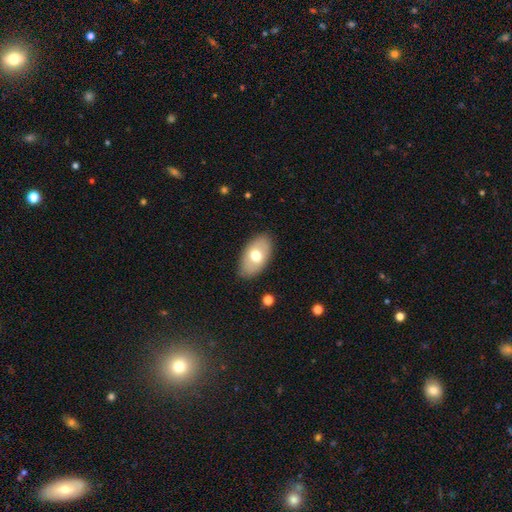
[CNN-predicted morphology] Overall: smooth (67%; featured or disk 27%). How rounded: in between (94%). Merging: none (84%).